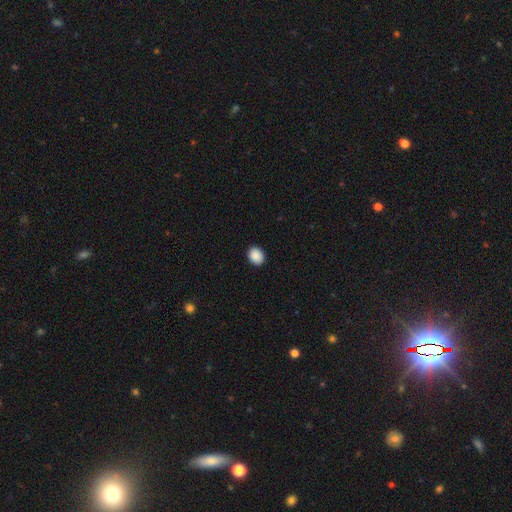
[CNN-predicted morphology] This is clearly a smooth galaxy (90%). How rounded: possibly in between (52%). Merging: clearly none (91%).